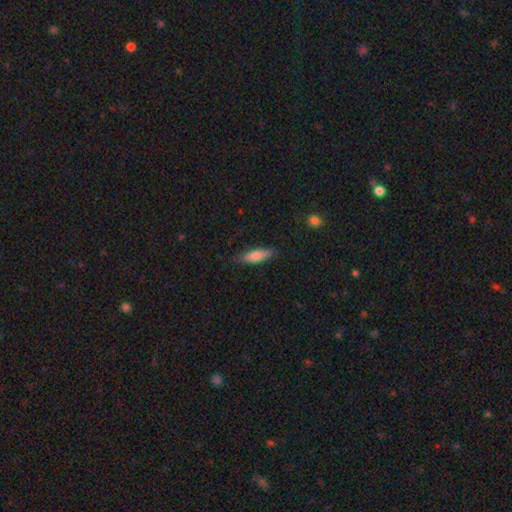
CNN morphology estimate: A smooth galaxy with no disk features (78%) that is cigar-shaped (52%). Merging: none (82%).